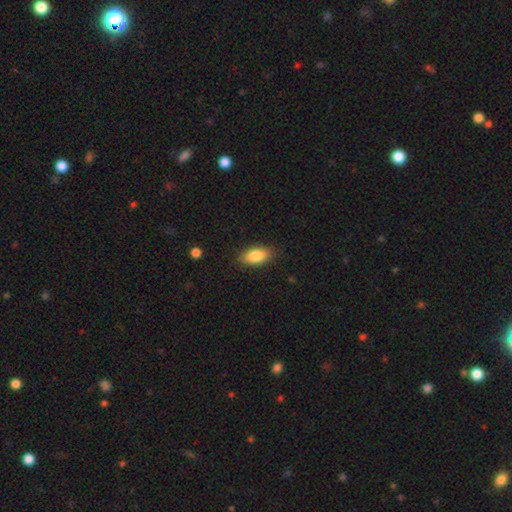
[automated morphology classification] A smooth galaxy with no disk features (85%) that is in between round and cigar-shaped (90%). Merging: none (87%).